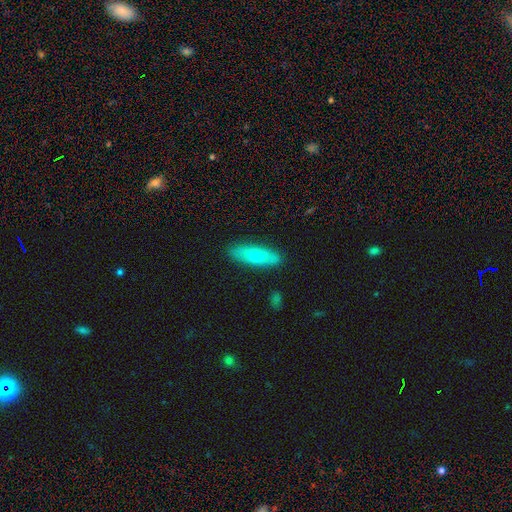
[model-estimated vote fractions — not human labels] A smooth galaxy with no disk features (66%) that is cigar-shaped (49%).

Vote fractions:
- Smooth or featured? smooth: 66% / featured or disk: 27% / star or artifact: 6%
- How rounded? cigar-shaped: 49% / in between: 48% / round: 3%
- Merging? none: 87% / minor disturbance: 9% / major disturbance: 2% / merger: 1%